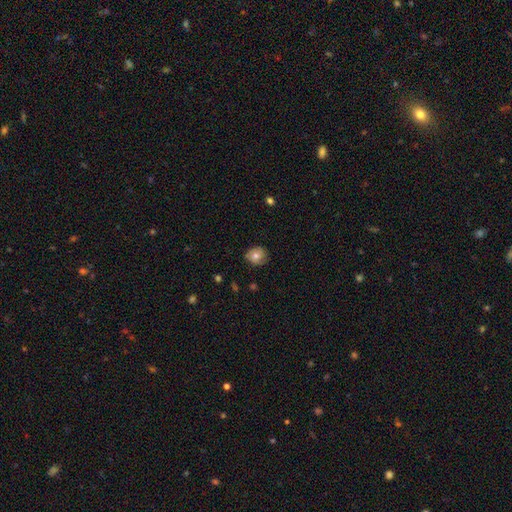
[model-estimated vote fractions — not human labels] smooth_or_featured: smooth (p=0.67) [alt: featured or disk p=0.24]
how_rounded: round (p=0.75) [alt: in between p=0.24]
merging: none (p=0.74) [alt: minor disturbance p=0.20]